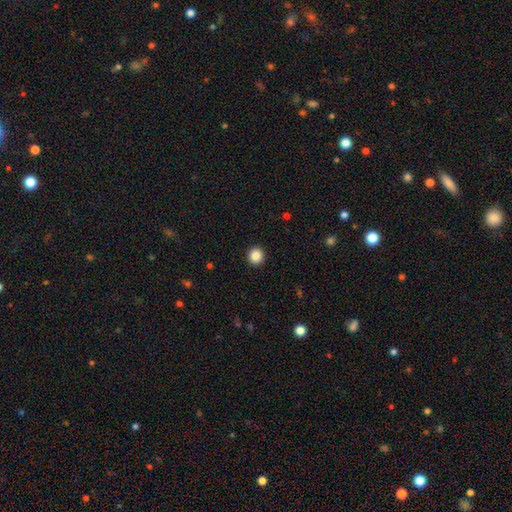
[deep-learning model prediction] smooth 86%, star or artifact 10%, featured or disk 4%. Down the decision tree: how rounded — round (92%); merging — none (93%).